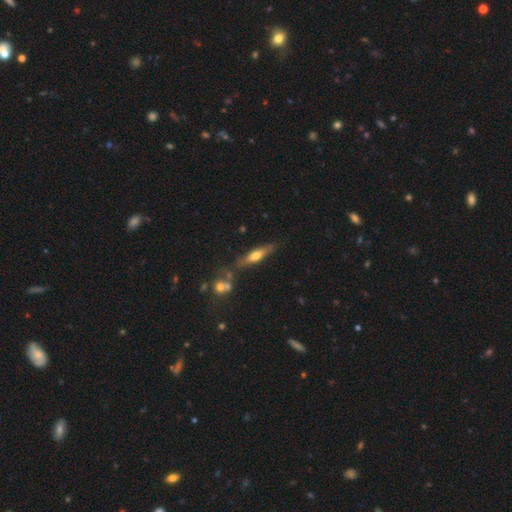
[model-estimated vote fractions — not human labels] Smooth or featured?
  - featured or disk: 48% *
  - smooth: 45%
  - star or artifact: 7%
Merging?
  - none: 71% *
  - minor disturbance: 16%
  - merger: 8%
  - major disturbance: 5%